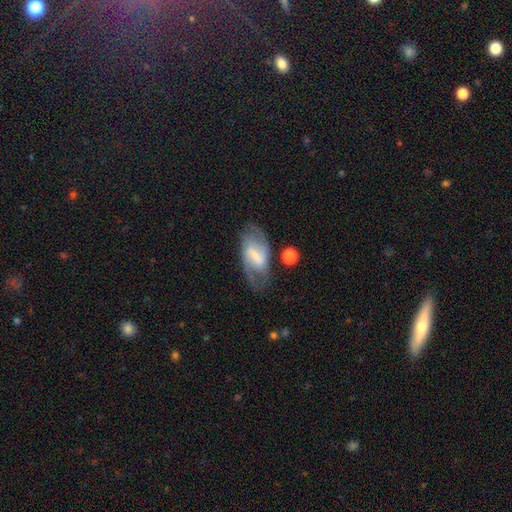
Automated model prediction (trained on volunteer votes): Smooth or featured: featured or disk — 70% (smooth — 24%)
Edge-on disk: no — 94% (yes — 6%)
Bar: weak — 47% (strong — 42%)
Spiral arms: yes — 84% (no — 16%)
Spiral winding: medium — 49% (loose — 27%)
Spiral arm count: 2 — 76% (can't tell — 16%)
Bulge size: small — 54% (moderate — 29%)
Merging: none — 68% (minor disturbance — 19%)